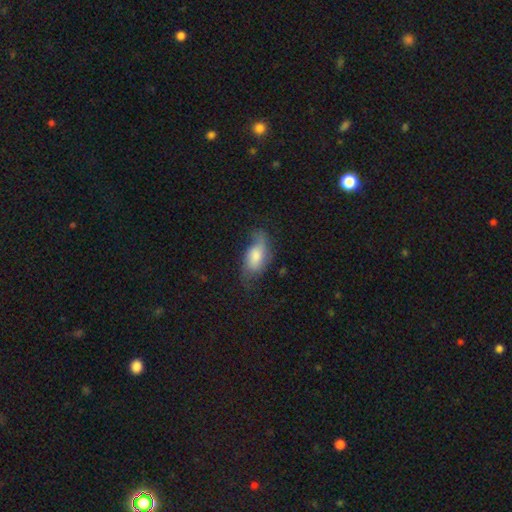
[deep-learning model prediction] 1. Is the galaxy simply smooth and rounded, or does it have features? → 57% smooth, 35% featured or disk, 8% star or artifact.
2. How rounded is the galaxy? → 87% in between, 9% cigar-shaped, 4% round.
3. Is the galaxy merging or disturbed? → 51% none, 31% minor disturbance, 16% major disturbance, 2% merger.